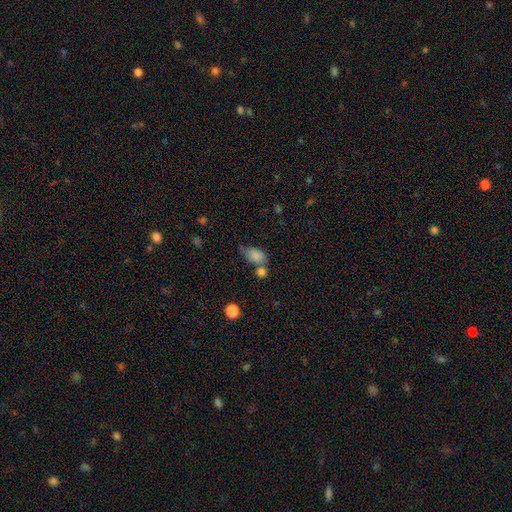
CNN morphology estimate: Smooth or featured? Predicted: smooth (p=0.82). How rounded? Predicted: in between (p=0.84). Merging? Predicted: none (p=0.44).